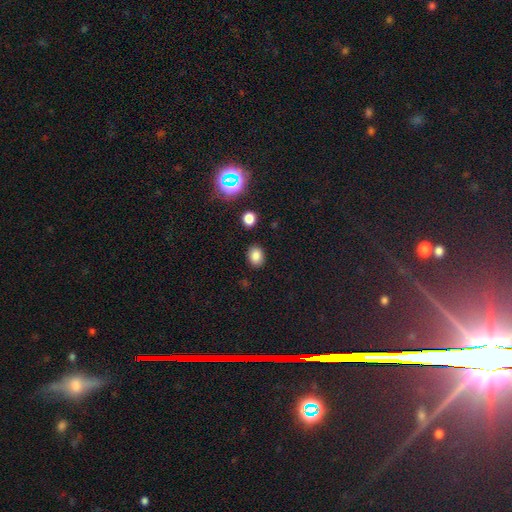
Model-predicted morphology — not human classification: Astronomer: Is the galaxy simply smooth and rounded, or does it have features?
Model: smooth — 82%.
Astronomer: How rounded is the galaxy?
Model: in between — 61% (runner-up: round, 38%).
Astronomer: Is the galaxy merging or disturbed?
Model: none — 86%.